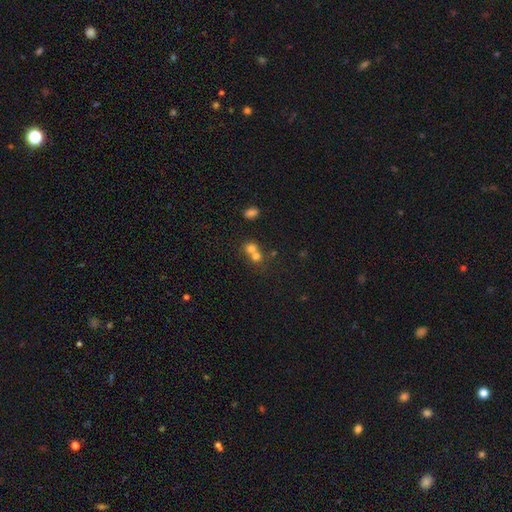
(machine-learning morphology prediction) smooth_or_featured: smooth (p=0.71) [alt: star or artifact p=0.15]
how_rounded: round (p=0.81) [alt: in between p=0.18]
merging: merger (p=0.60) [alt: none p=0.32]